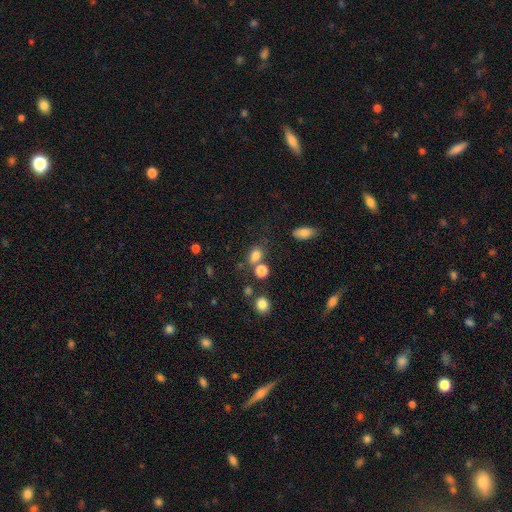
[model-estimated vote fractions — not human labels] This is likely a smooth galaxy (78%). How rounded: likely in between (60%). Merging: possibly none (56%).